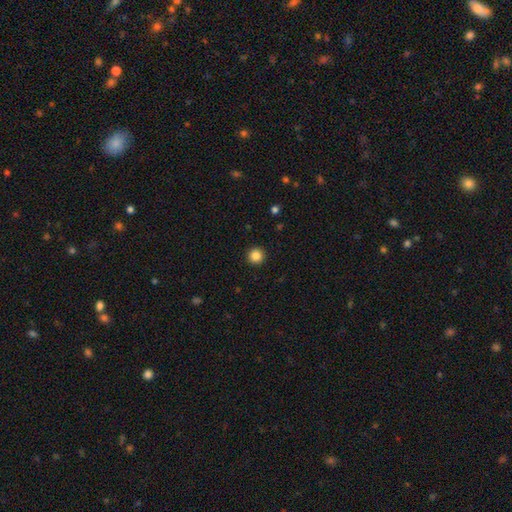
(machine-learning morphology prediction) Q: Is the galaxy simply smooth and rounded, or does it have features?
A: smooth — 85%.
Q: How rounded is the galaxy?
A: round — 96%.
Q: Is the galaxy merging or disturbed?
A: none — 93%.